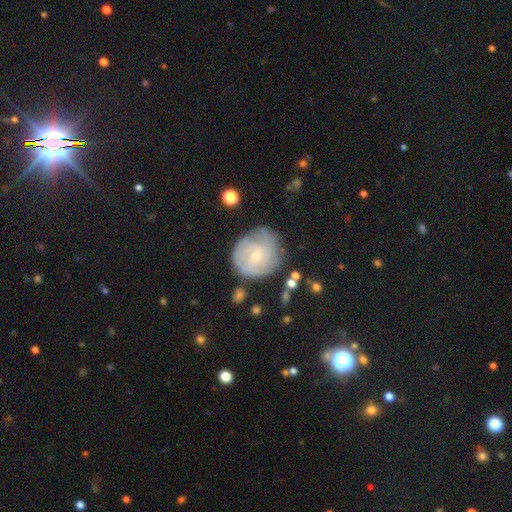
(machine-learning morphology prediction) A featured or disk galaxy (57%) with no bar (75%), spiral arms (75%) and a small central bulge (69%). Merging: none (64%).